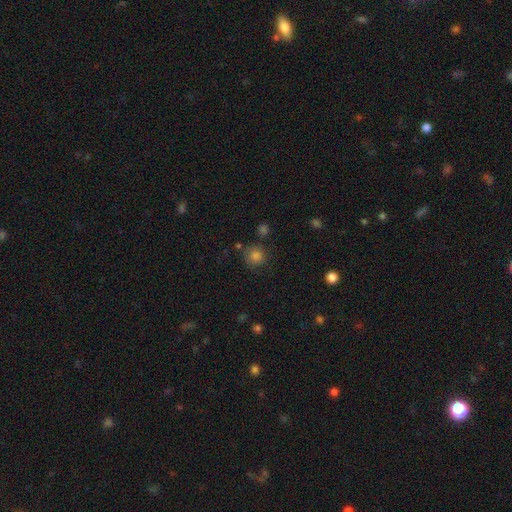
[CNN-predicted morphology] type=smooth (81%); roundness=round (92%); merging=none (78%).